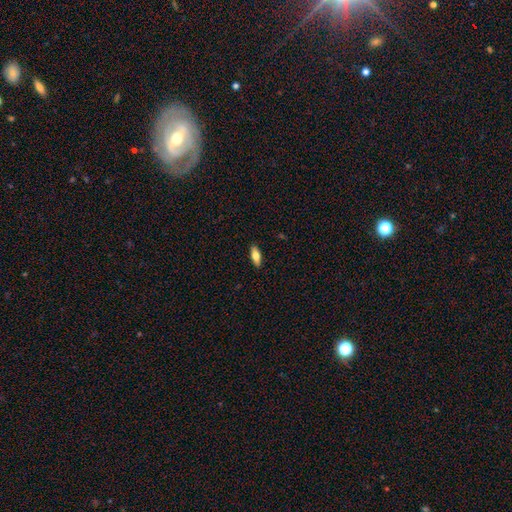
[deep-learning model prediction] Smooth or featured? smooth (68%)
How rounded? in between (70%)
Merging? none (90%)